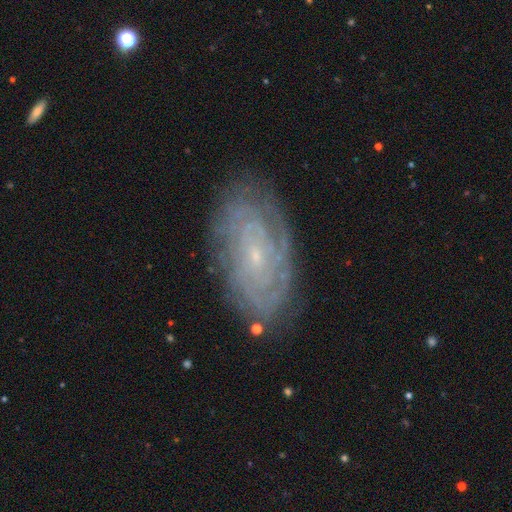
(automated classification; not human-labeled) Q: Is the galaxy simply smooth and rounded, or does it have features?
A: featured or disk — 82%.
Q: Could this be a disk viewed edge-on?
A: no — 95%.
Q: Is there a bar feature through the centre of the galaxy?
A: no — 70%.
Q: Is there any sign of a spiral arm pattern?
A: yes — 94%.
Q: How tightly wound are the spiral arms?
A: tight — 79%.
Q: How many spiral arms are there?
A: can't tell — 41%.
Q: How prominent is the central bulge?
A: small — 86%.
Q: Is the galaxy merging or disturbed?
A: none — 81%.